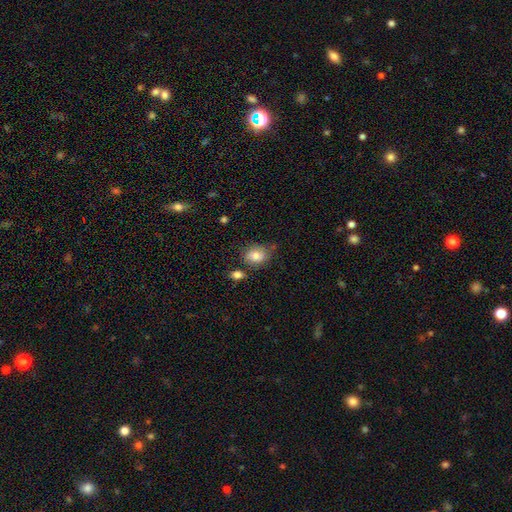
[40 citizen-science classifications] smooth 88%, featured or disk 10%, star or artifact 2%. Down the decision tree: how rounded — in between (63%); merging — none (77%).